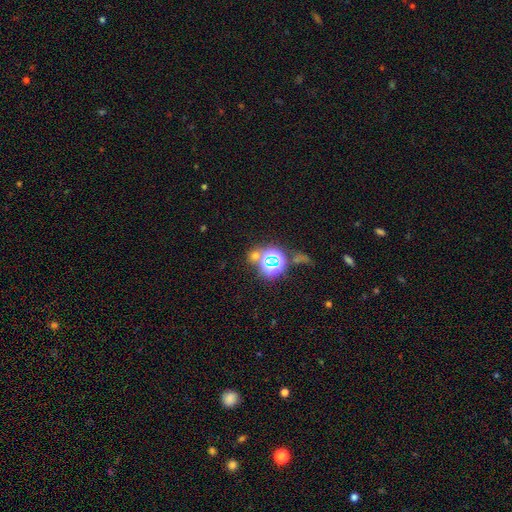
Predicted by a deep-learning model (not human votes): Overall: star or artifact (51%; smooth 41%).